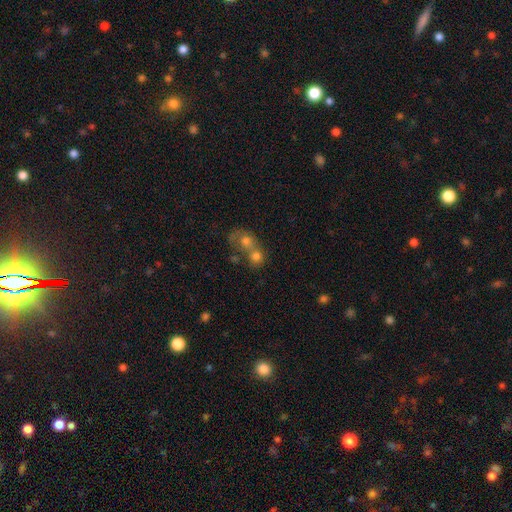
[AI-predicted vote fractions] Smooth or featured? smooth (70%)
How rounded? round (71%)
Merging? merger (67%)